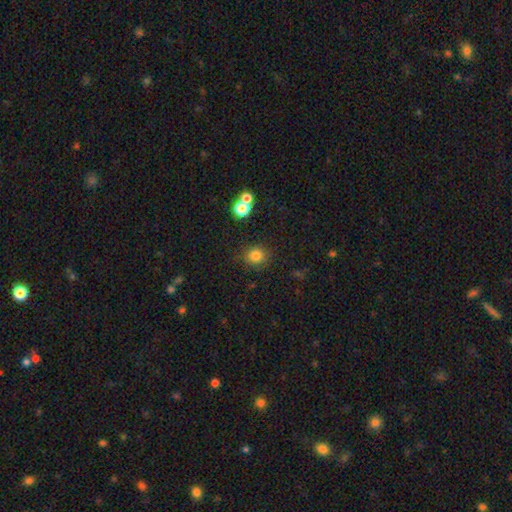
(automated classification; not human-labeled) Morphology: type=smooth (80%); roundness=round (88%); merging=none (85%).